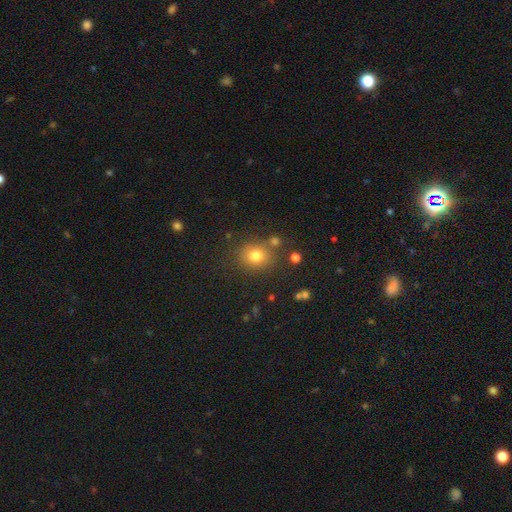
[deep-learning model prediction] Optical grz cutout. It shows a smooth galaxy with no disk features (78%) that is round (73%). Merging: none (78%).